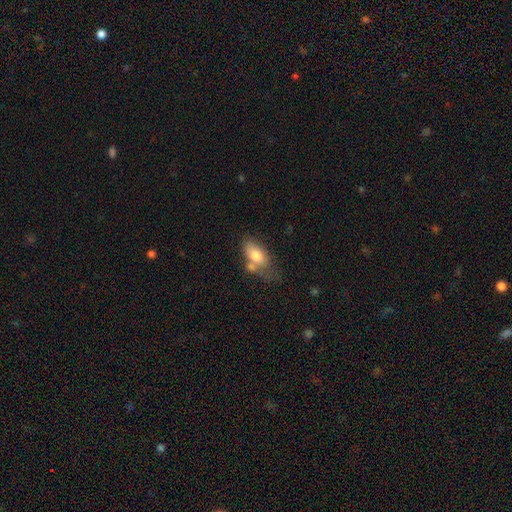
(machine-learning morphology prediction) Smooth or featured? smooth (76%)
How rounded? in between (89%)
Merging? none (36%)